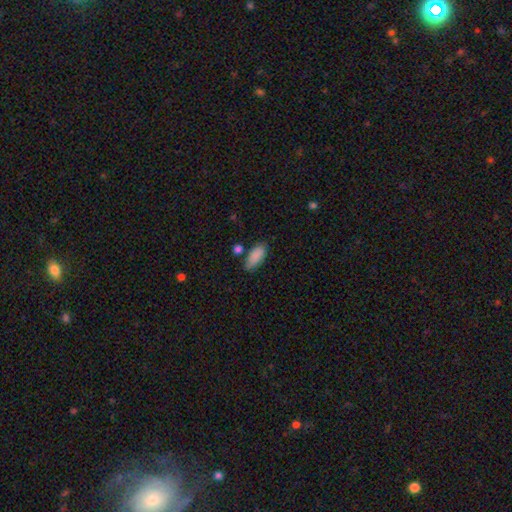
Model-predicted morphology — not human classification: smooth-or-featured: smooth: 87% | star or artifact: 7% | featured or disk: 6%
  how-rounded: in between: 88% | cigar-shaped: 9% | round: 2%
  merging: none: 72% | minor disturbance: 17% | merger: 7% | major disturbance: 4%